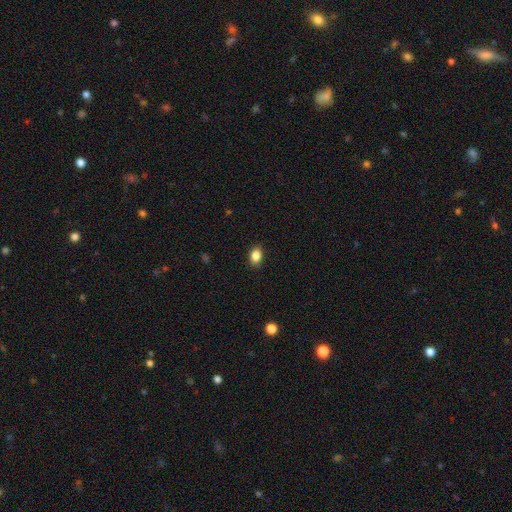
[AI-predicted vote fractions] smooth 86%, star or artifact 9%, featured or disk 4%. Down the decision tree: how rounded — in between (74%); merging — none (88%).